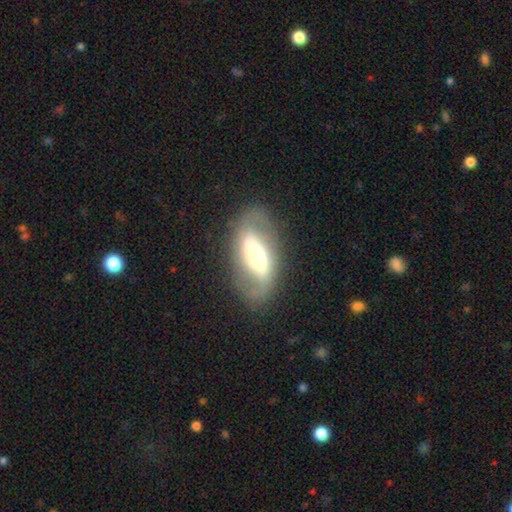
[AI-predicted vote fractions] Overall: featured or disk (69%). Edge-on disk: no (88%). Bar: strong (43%; no 30%). Spiral arms: yes (65%; no 35%). Bulge size: moderate (57%; large 24%). Merging: none (76%).